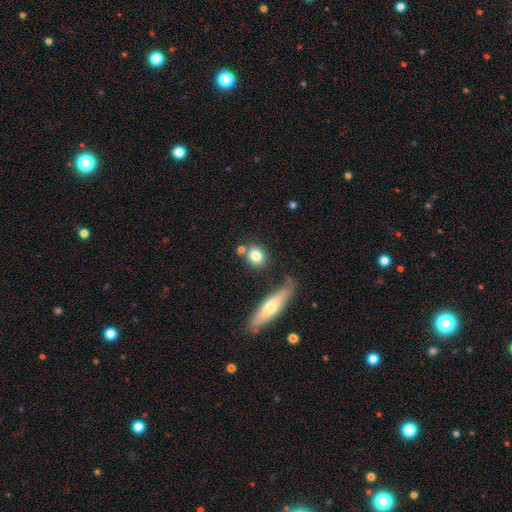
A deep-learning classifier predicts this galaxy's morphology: A smooth galaxy with no disk features (78%) that is round (55%). Merging: none (70%).